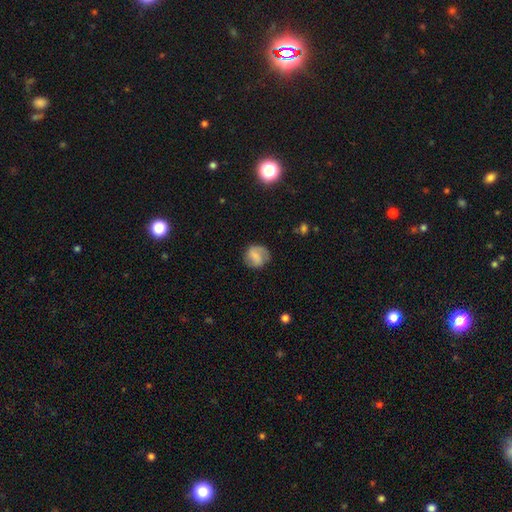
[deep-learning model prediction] Morphology: type=smooth (50%); merging=none (73%).